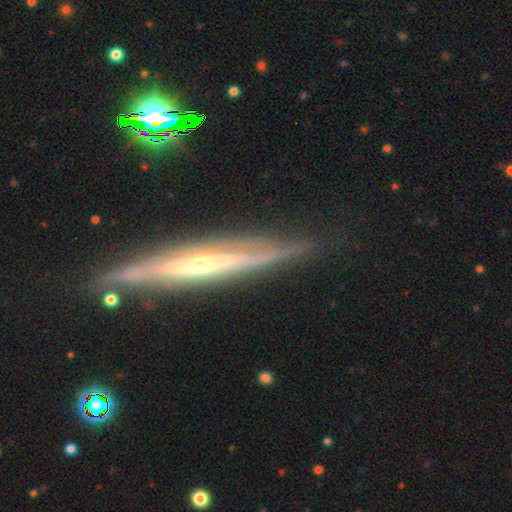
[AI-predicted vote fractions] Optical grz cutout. It shows a featured or disk galaxy (83%) viewed edge-on (87%) with a rounded central bulge (56%). Merging: none (78%).